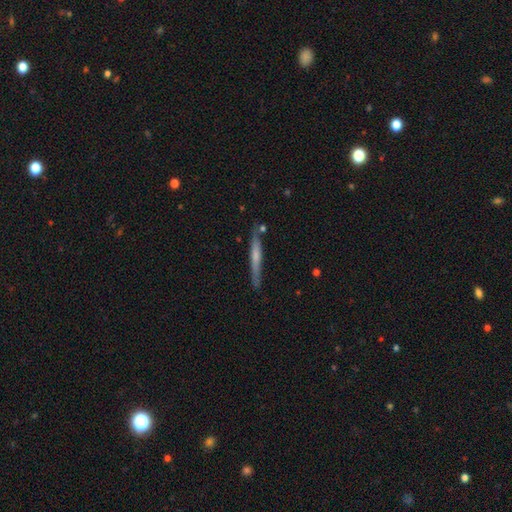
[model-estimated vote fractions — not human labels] Q: Smooth or featured?
A: featured or disk (48%); runner-up: smooth (46%)
Q: Merging?
A: none (83%); runner-up: minor disturbance (12%)